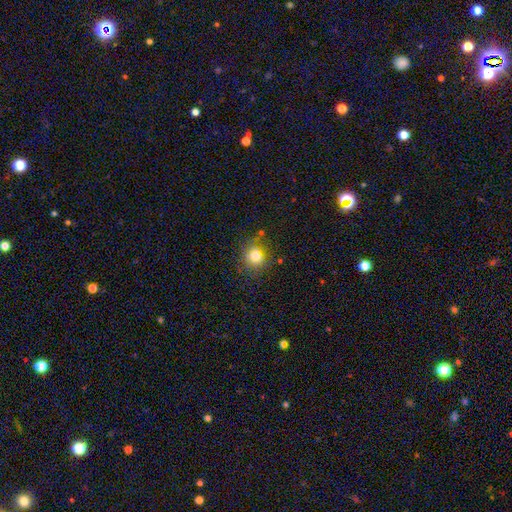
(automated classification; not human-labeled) smooth 78%, star or artifact 14%, featured or disk 8%. Down the decision tree: how rounded — round (82%); merging — none (74%).